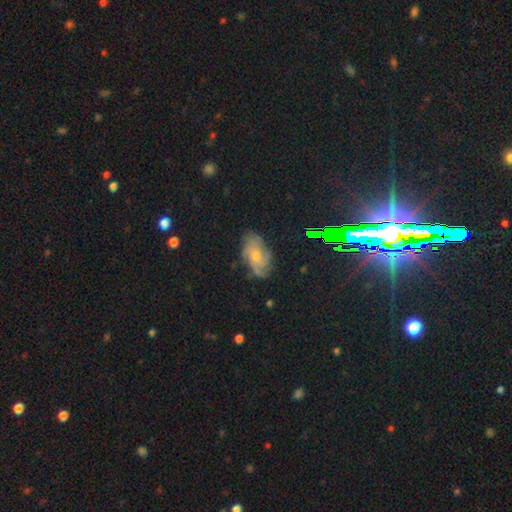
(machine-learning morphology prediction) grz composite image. It shows a featured or disk galaxy (58%) with no bar (76%), spiral arms (87%) and a small central bulge (54%). Merging: none (70%).